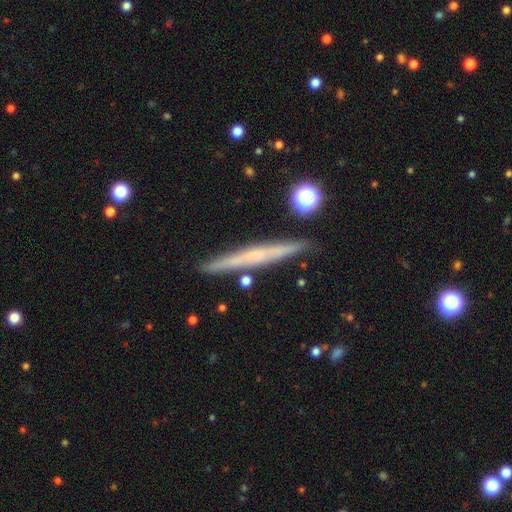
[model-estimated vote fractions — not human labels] This is possibly a featured or disk galaxy (56%). It is clearly viewed edge-on (97%). Edge-on bulge: likely none (73%). Merging: clearly none (89%).